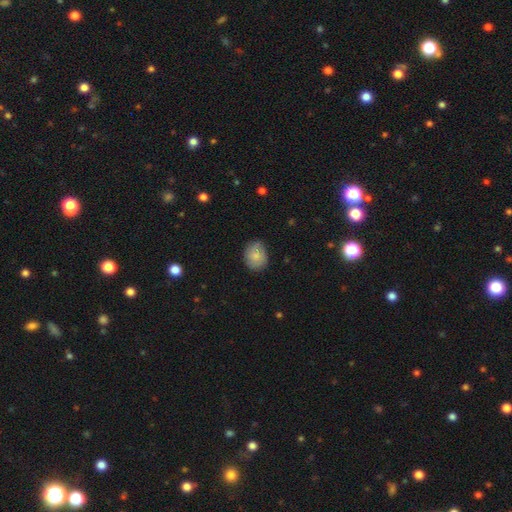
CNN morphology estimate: A smooth galaxy with no disk features (75%) that is round (54%).

Vote fractions:
- Smooth or featured? smooth: 75% / featured or disk: 17% / star or artifact: 7%
- How rounded? round: 54% / in between: 45% / cigar-shaped: 1%
- Merging? none: 74% / minor disturbance: 21% / major disturbance: 4% / merger: 1%